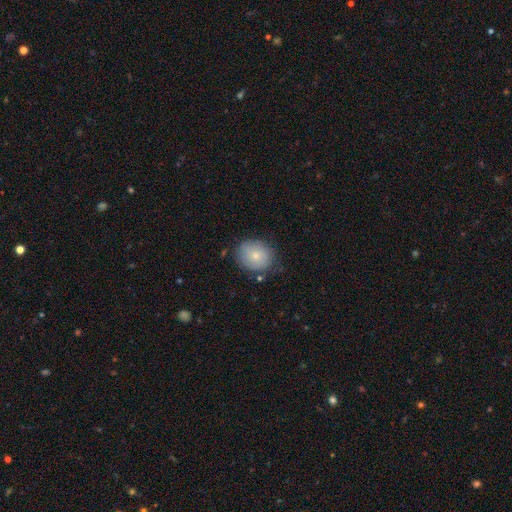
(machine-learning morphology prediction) Overall: smooth (71%). How rounded: round (71%). Merging: none (74%).